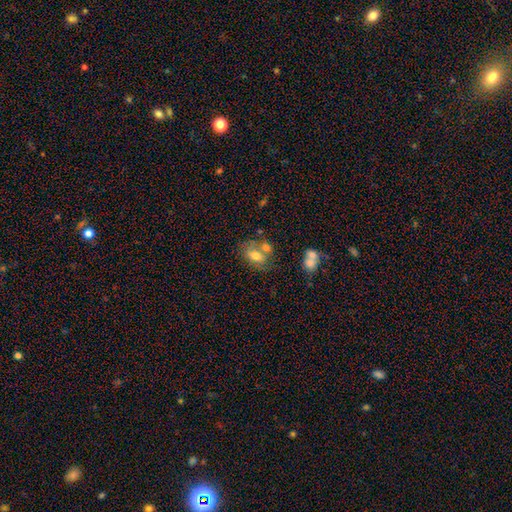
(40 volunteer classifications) This appears to be a smooth galaxy with no disk features (70%) that is in between round and cigar-shaped (86%). Merging: merger (56%).